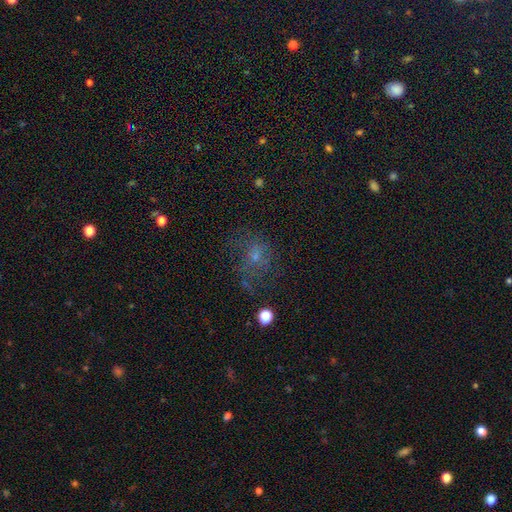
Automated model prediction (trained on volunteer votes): Smooth or featured? smooth (42%)
Merging? none (50%)